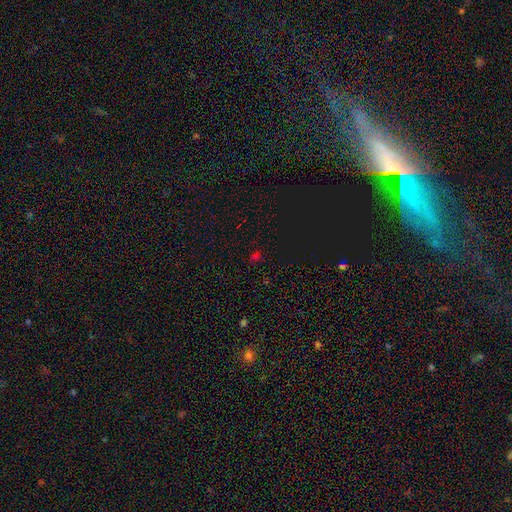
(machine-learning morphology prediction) The model was most divided on "smooth or featured": star or artifact: 51%, smooth: 43%, featured or disk: 7%.